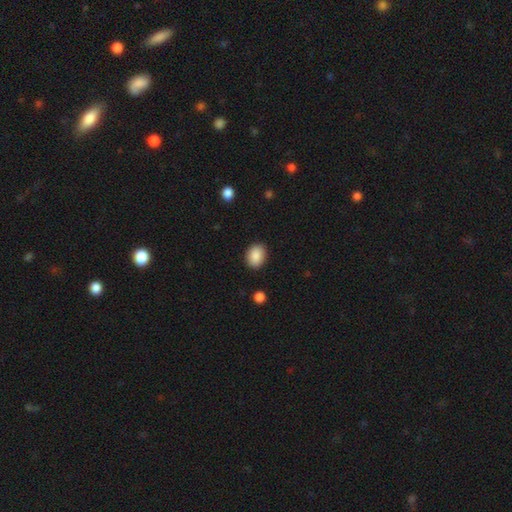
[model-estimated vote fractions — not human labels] smooth 89%, star or artifact 7%, featured or disk 4%. Down the decision tree: how rounded — in between (66%); merging — none (89%).